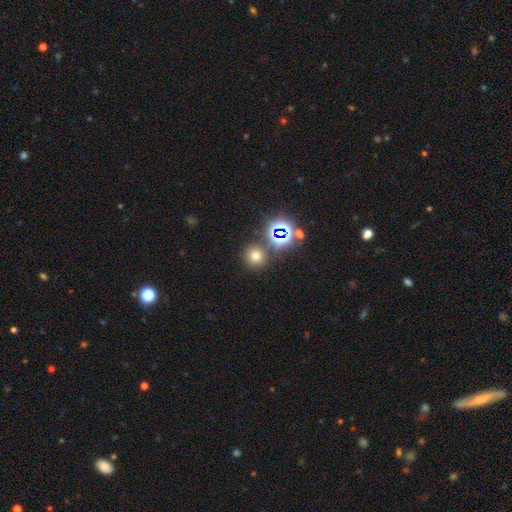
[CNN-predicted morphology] Smooth or featured? Predicted: smooth (p=0.64). How rounded? Predicted: round (p=0.91). Merging? Predicted: none (p=0.81).